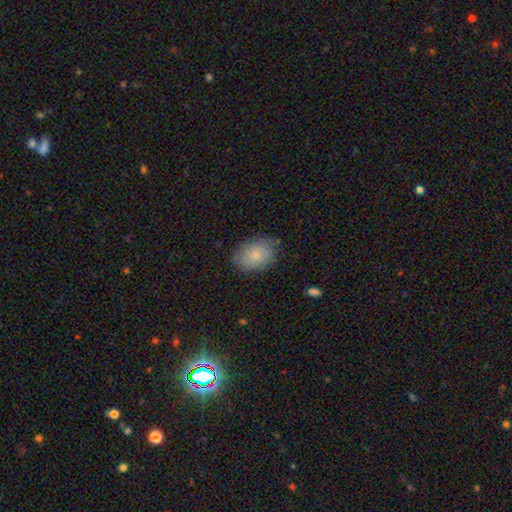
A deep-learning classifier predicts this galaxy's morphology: Smooth or featured?
  - smooth: 84% *
  - featured or disk: 9%
  - star or artifact: 7%
How rounded?
  - in between: 85% *
  - round: 14%
  - cigar-shaped: 1%
Merging?
  - none: 81% *
  - minor disturbance: 15%
  - major disturbance: 3%
  - merger: 1%